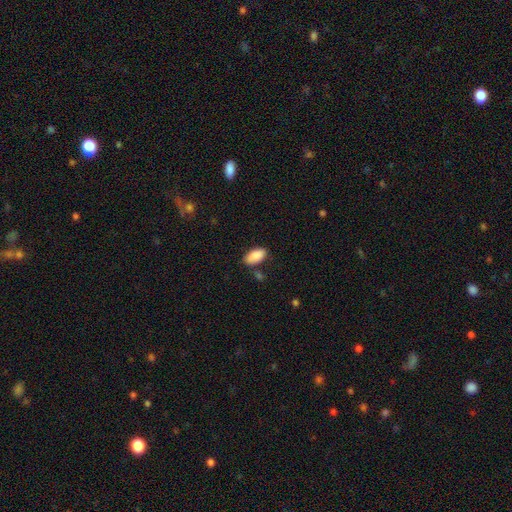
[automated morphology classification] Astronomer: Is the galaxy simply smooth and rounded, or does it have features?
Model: smooth — 89%.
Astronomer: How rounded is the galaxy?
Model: in between — 94%.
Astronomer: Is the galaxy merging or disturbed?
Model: none — 76%.